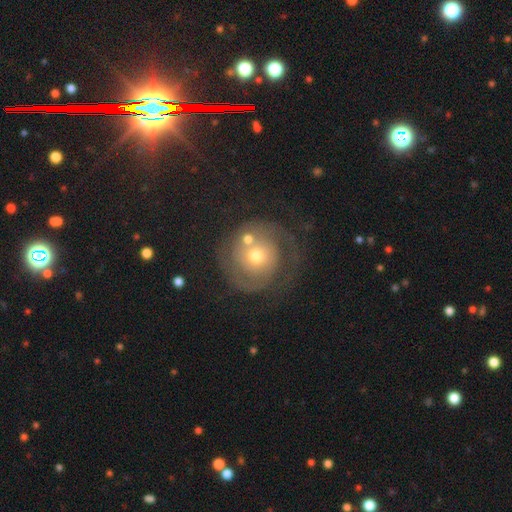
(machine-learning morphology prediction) Overall: featured or disk (73%). Edge-on disk: no (98%). Bar: no (81%). Spiral arms: yes (87%). Spiral arm count: 2 (71%). Spiral winding: tight (56%; medium 31%). Bulge size: moderate (60%; small 32%). Merging: none (62%).